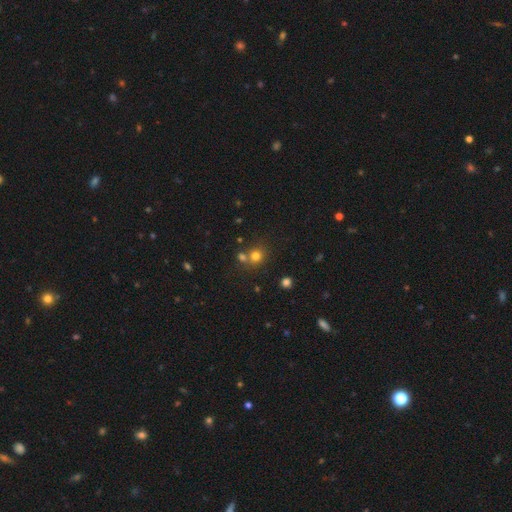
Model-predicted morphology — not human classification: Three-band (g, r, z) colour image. It shows a smooth galaxy with no disk features (75%) that is round (85%). Merging: none (58%).